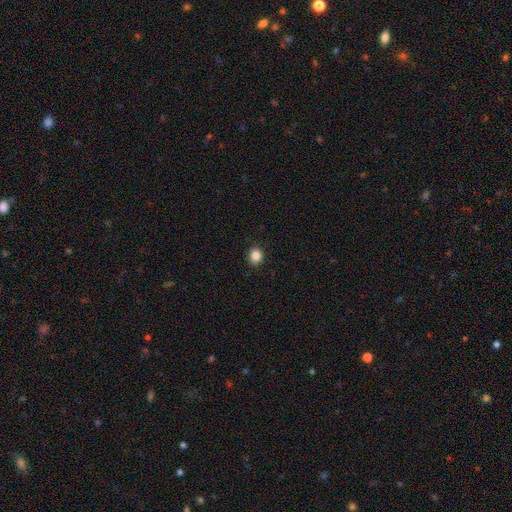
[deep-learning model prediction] smooth 86%, star or artifact 10%, featured or disk 4%. Down the decision tree: how rounded — round (67%); merging — none (90%).